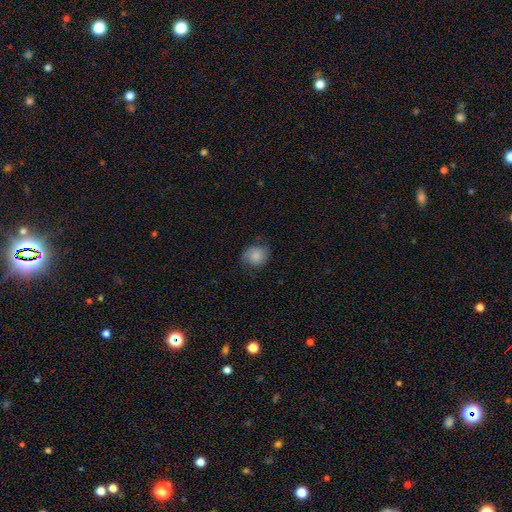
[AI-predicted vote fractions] Smooth or featured? Predicted: smooth (p=0.66). How rounded? Predicted: round (p=0.62). Merging? Predicted: none (p=0.65).